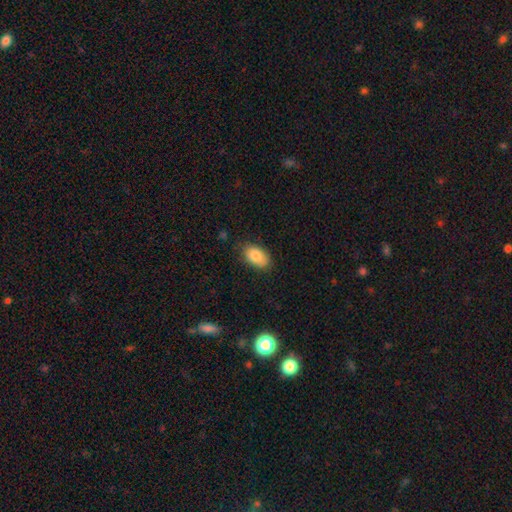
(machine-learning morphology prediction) Q: Smooth or featured?
A: smooth (85%); runner-up: featured or disk (8%)
Q: How rounded?
A: in between (91%); runner-up: round (7%)
Q: Merging?
A: none (79%); runner-up: minor disturbance (16%)